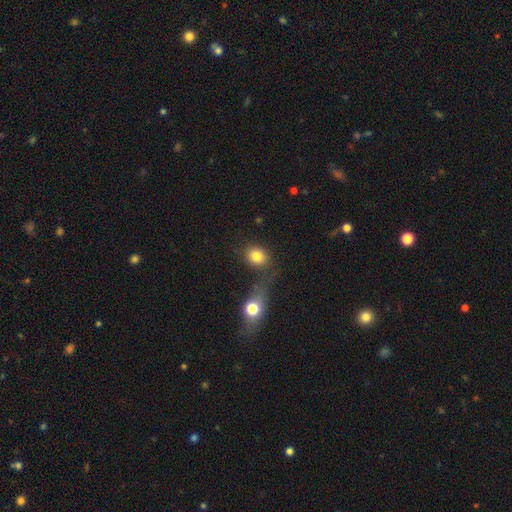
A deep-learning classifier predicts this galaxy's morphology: smooth 81%, star or artifact 11%, featured or disk 8%. Down the decision tree: how rounded — round (65%); merging — none (62%).